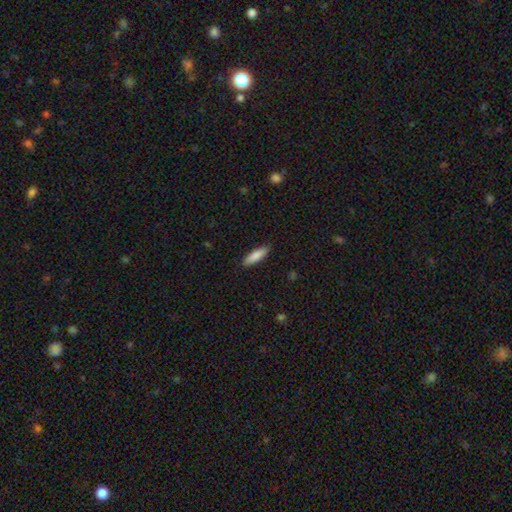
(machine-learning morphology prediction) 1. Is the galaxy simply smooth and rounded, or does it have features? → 85% smooth, 9% featured or disk, 6% star or artifact.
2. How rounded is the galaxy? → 62% cigar-shaped, 36% in between, 1% round.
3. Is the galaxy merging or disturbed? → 89% none, 8% minor disturbance, 2% major disturbance, 1% merger.